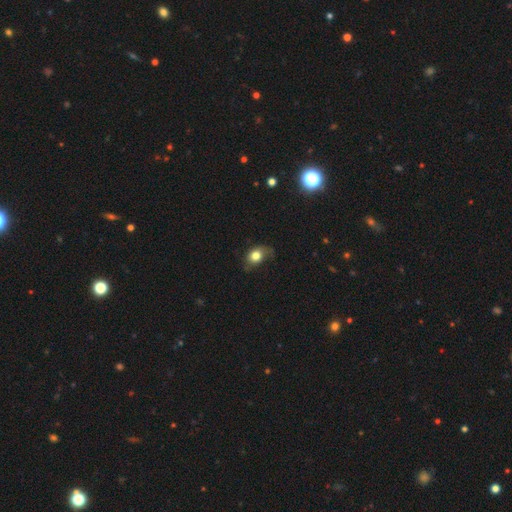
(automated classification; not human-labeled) Smooth or featured? smooth (75%)
How rounded? in between (55%)
Merging? none (50%)